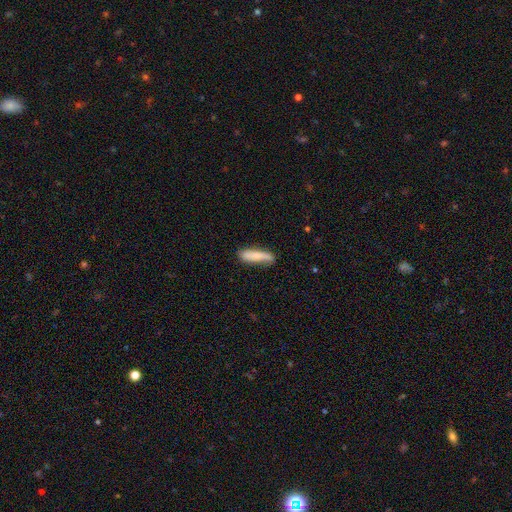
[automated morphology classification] type=smooth (73%); roundness=cigar-shaped (75%); merging=none (68%).